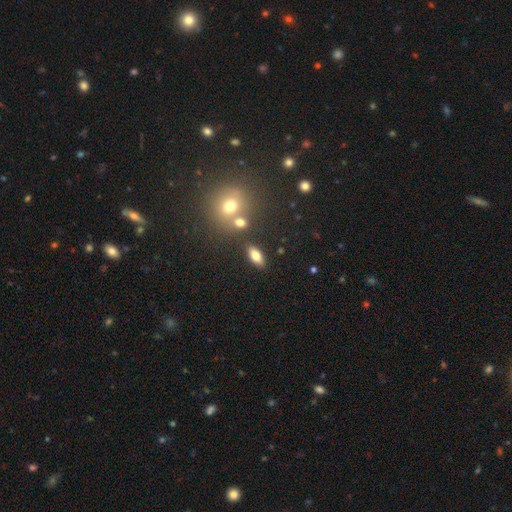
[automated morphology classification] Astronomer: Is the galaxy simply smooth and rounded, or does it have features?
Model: smooth — 76%.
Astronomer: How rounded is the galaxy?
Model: in between — 84%.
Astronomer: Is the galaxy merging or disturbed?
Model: none — 80%.